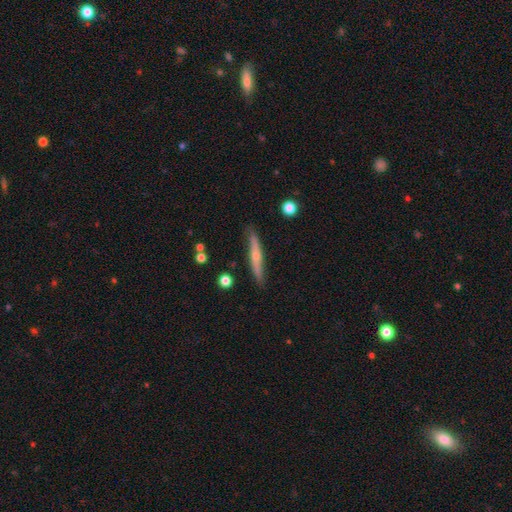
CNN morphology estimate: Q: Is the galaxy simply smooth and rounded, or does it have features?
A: featured or disk — 60%.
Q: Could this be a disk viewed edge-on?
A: yes — 92%.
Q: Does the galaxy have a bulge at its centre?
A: rounded — 77%.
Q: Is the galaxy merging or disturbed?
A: none — 85%.